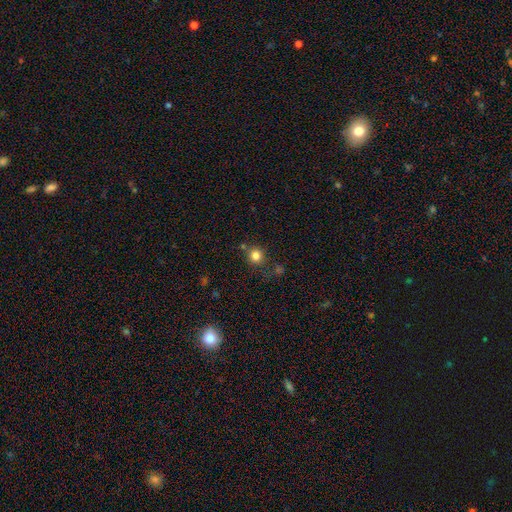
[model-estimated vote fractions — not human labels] Q: Smooth or featured?
A: smooth (81%); runner-up: star or artifact (13%)
Q: How rounded?
A: round (92%); runner-up: in between (7%)
Q: Merging?
A: none (76%); runner-up: minor disturbance (11%)